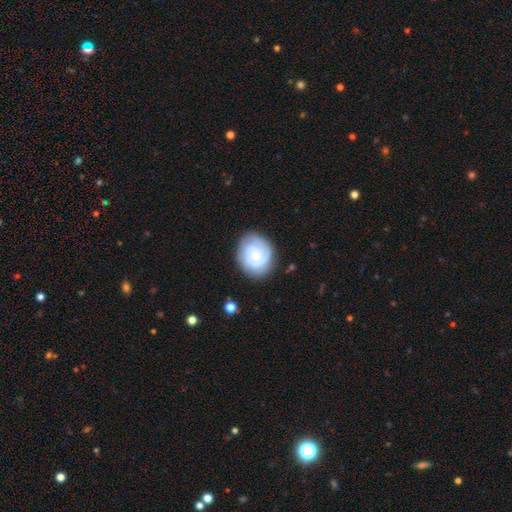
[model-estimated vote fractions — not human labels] Overall: featured or disk (71%). Edge-on disk: no (98%). Bar: no (71%). Spiral arms: yes (94%). Spiral arm count: 2 (38%; can't tell 25%). Spiral winding: tight (68%). Bulge size: small (66%). Merging: none (78%).